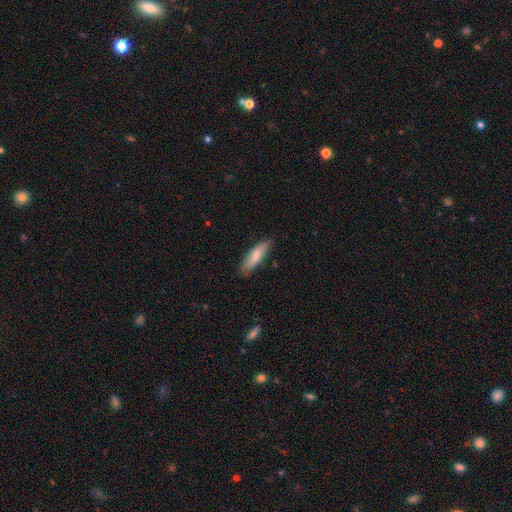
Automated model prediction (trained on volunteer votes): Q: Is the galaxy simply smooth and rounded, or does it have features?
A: smooth — 75%.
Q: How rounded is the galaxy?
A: cigar-shaped — 56%.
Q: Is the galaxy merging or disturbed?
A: none — 82%.